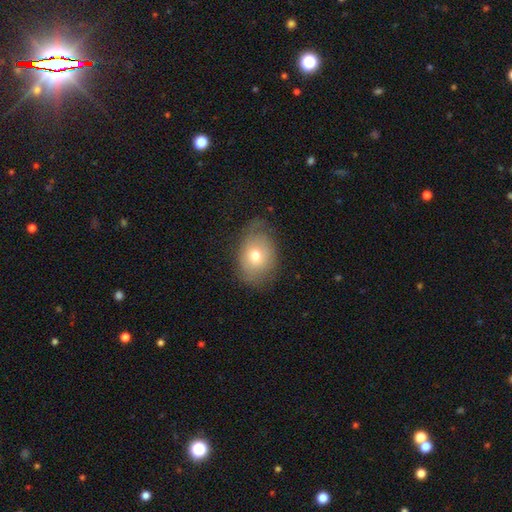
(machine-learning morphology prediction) Q: Smooth or featured?
A: smooth (66%); runner-up: featured or disk (24%)
Q: How rounded?
A: in between (65%); runner-up: round (34%)
Q: Merging?
A: none (65%); runner-up: minor disturbance (24%)